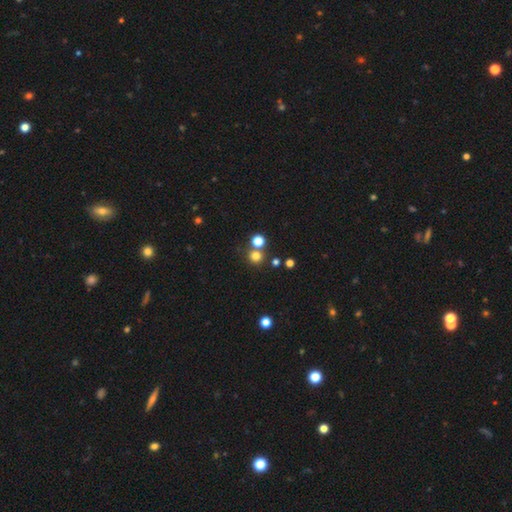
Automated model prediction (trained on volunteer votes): A smooth galaxy with no disk features (75%) that is round (92%).

Vote fractions:
- Smooth or featured? smooth: 75% / star or artifact: 19% / featured or disk: 7%
- How rounded? round: 92% / in between: 7% / cigar-shaped: 1%
- Merging? none: 69% / merger: 22% / minor disturbance: 6% / major disturbance: 3%